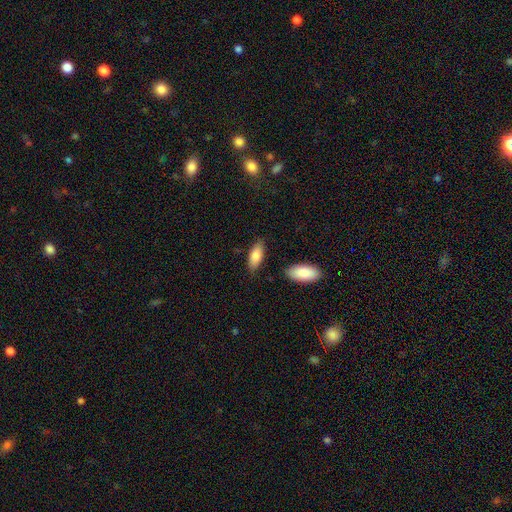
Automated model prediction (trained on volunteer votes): Smooth or featured? Predicted: smooth (p=0.83). How rounded? Predicted: in between (p=0.81). Merging? Predicted: none (p=0.81).